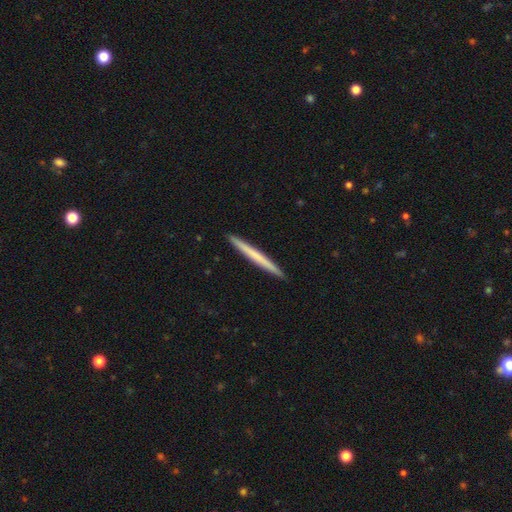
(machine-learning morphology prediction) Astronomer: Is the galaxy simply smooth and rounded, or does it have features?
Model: smooth — 56% (runner-up: featured or disk, 39%).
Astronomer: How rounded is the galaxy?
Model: cigar-shaped — 98%.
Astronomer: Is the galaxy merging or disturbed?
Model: none — 93%.